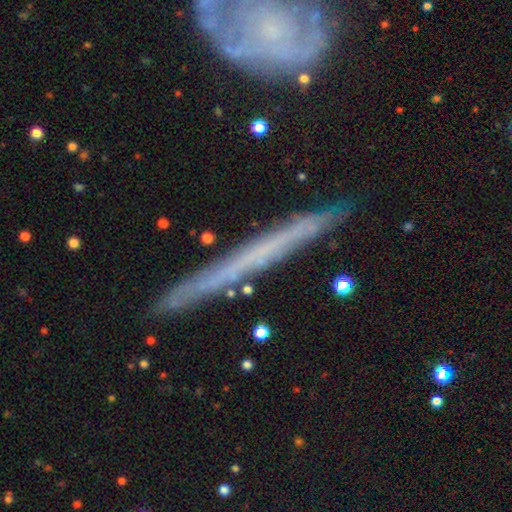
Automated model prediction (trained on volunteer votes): Smooth or featured? featured or disk (63%)
Edge-on disk? yes (91%)
Edge-on bulge? none (91%)
Merging? none (84%)